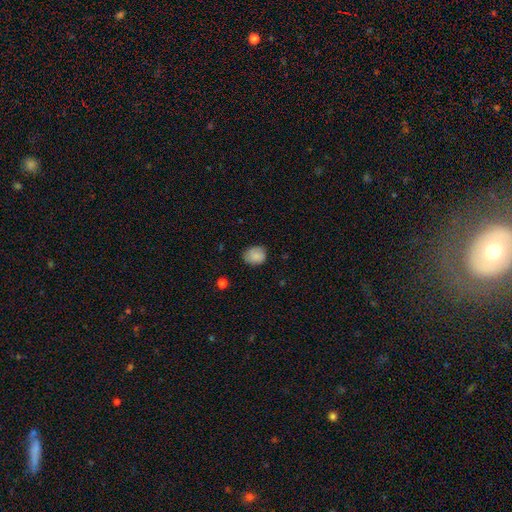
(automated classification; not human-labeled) Overall: smooth (85%). How rounded: round (57%; in between 42%). Merging: none (76%).